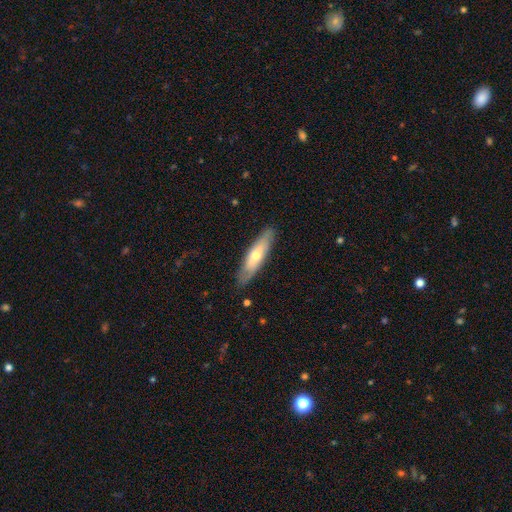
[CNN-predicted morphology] Smooth or featured?
  - smooth: 52% *
  - featured or disk: 42%
  - star or artifact: 6%
How rounded?
  - cigar-shaped: 68% *
  - in between: 31%
  - round: 2%
Merging?
  - none: 83% *
  - minor disturbance: 13%
  - major disturbance: 3%
  - merger: 1%